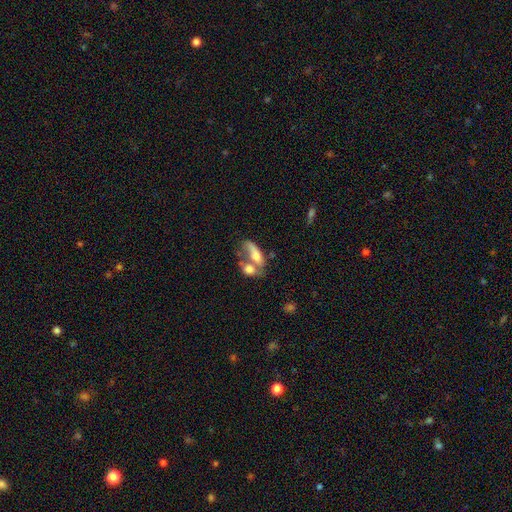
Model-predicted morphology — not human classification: The model was most divided on "smooth or featured": smooth: 59%, featured or disk: 32%, star or artifact: 9%. More confident: how rounded — in between (72%); merging — merger (58%).